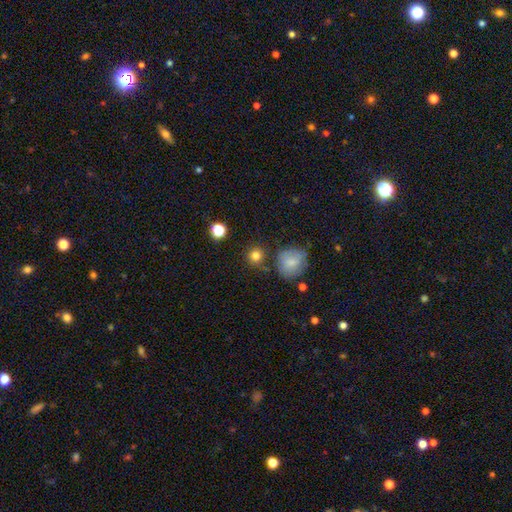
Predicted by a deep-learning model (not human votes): Morphology: type=smooth (81%); roundness=round (91%); merging=none (78%).